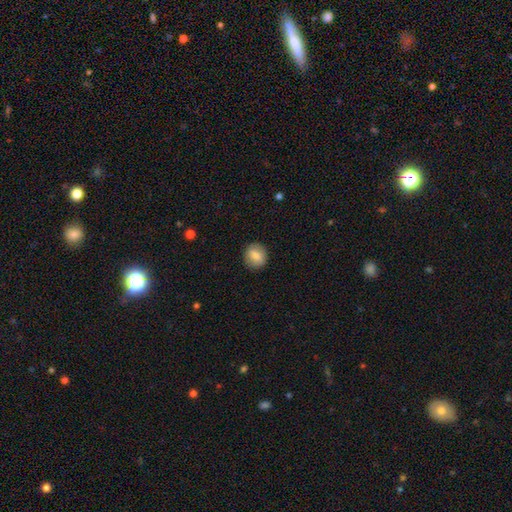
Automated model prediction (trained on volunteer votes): Smooth or featured? Predicted: smooth (p=0.79). How rounded? Predicted: round (p=0.79). Merging? Predicted: none (p=0.88).